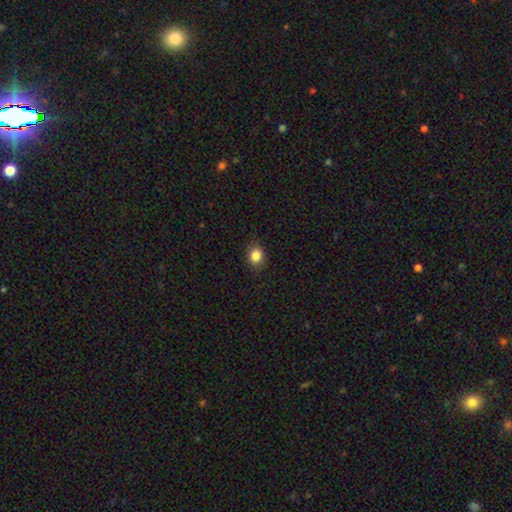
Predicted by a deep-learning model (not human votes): A smooth galaxy with no disk features (85%) that is round (65%).

Vote fractions:
- Smooth or featured? smooth: 85% / star or artifact: 10% / featured or disk: 5%
- How rounded? round: 65% / in between: 34% / cigar-shaped: 1%
- Merging? none: 85% / minor disturbance: 11% / major disturbance: 3% / merger: 1%